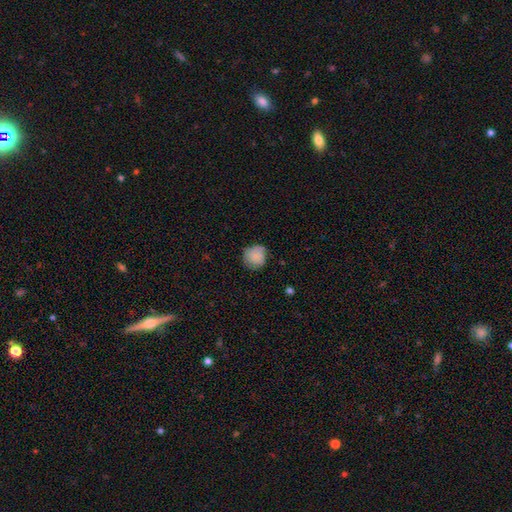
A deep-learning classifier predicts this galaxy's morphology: Overall: smooth (77%). How rounded: round (84%). Merging: none (68%).